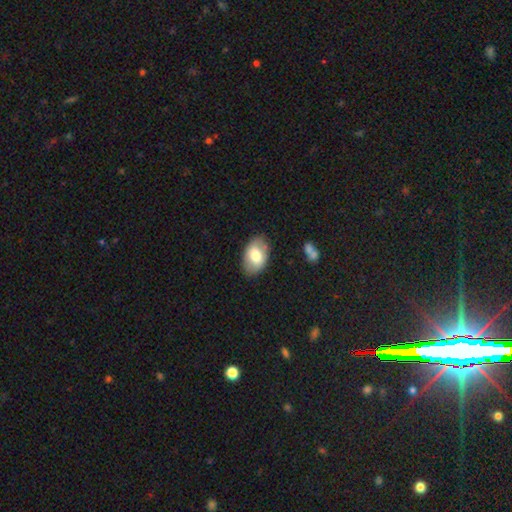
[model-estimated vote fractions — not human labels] Smooth or featured? Predicted: smooth (p=0.71). How rounded? Predicted: in between (p=0.91). Merging? Predicted: none (p=0.80).